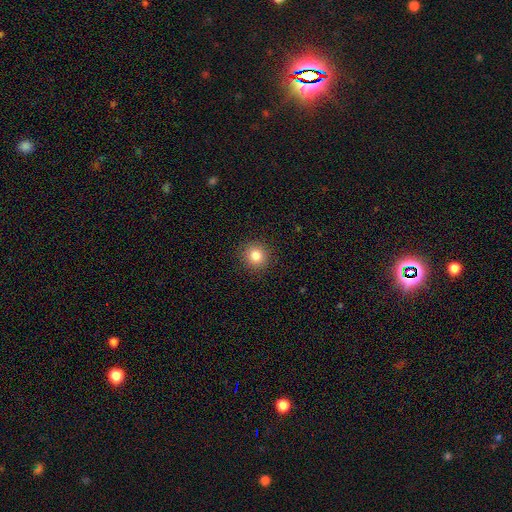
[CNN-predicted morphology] A smooth galaxy with no disk features (83%) that is round (90%).

Vote fractions:
- Smooth or featured? smooth: 83% / star or artifact: 11% / featured or disk: 6%
- How rounded? round: 90% / in between: 9% / cigar-shaped: 1%
- Merging? none: 91% / minor disturbance: 6% / major disturbance: 2% / merger: 1%